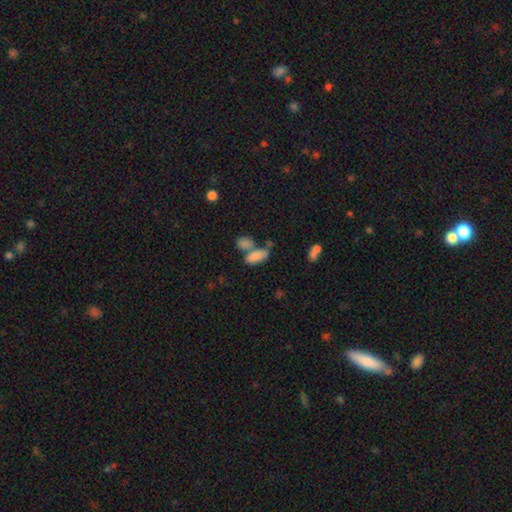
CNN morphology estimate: A smooth galaxy with no disk features (81%) that is in between round and cigar-shaped (88%).

Vote fractions:
- Smooth or featured? smooth: 81% / featured or disk: 10% / star or artifact: 9%
- How rounded? in between: 88% / cigar-shaped: 8% / round: 5%
- Merging? merger: 48% / none: 35% / minor disturbance: 11% / major disturbance: 6%